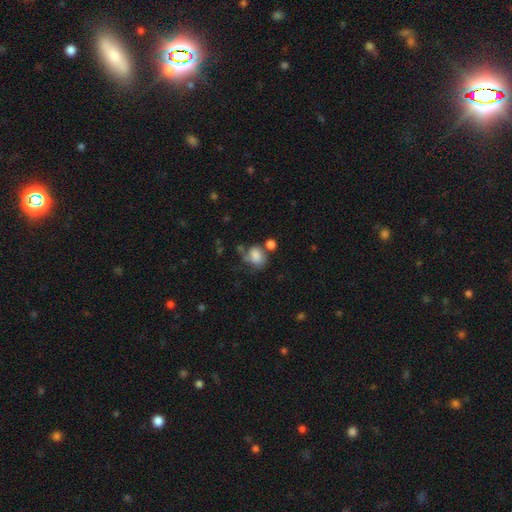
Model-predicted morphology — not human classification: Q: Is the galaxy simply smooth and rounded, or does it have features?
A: smooth — 79%.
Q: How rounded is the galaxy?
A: in between — 63%.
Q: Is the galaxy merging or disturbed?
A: none — 37%.